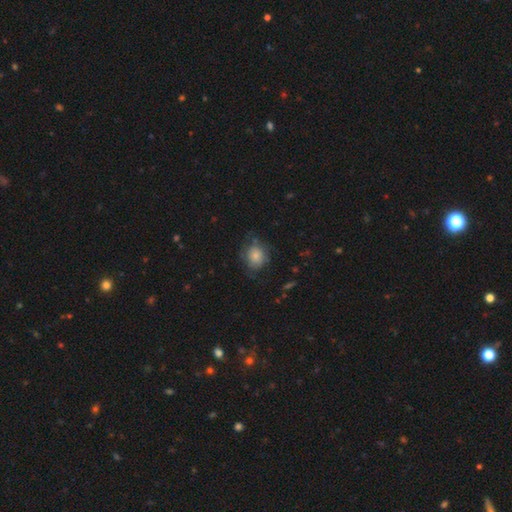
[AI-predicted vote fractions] Smooth or featured?
  - smooth: 76% *
  - featured or disk: 16%
  - star or artifact: 8%
How rounded?
  - round: 70% *
  - in between: 29%
  - cigar-shaped: 1%
Merging?
  - none: 62% *
  - minor disturbance: 25%
  - major disturbance: 11%
  - merger: 2%